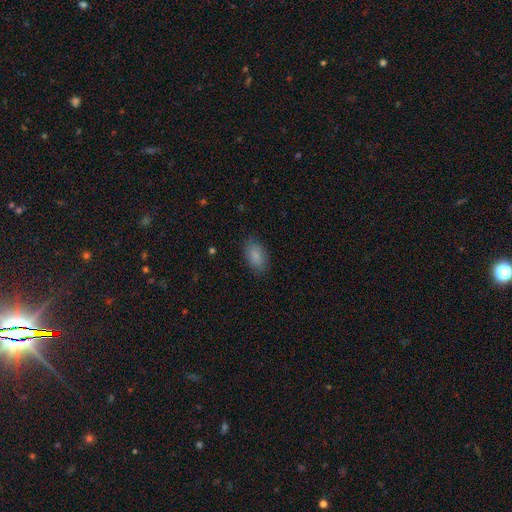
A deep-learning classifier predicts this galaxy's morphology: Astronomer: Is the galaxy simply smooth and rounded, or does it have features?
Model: smooth — 87%.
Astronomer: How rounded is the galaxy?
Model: in between — 92%.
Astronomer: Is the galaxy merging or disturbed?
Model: none — 83%.